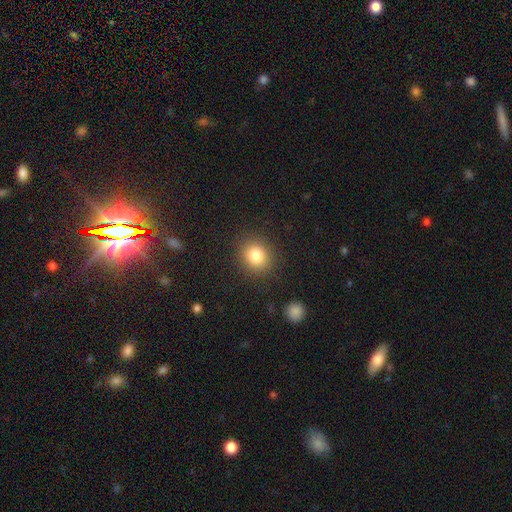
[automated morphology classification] Overall: smooth (83%). How rounded: round (77%). Merging: none (87%).